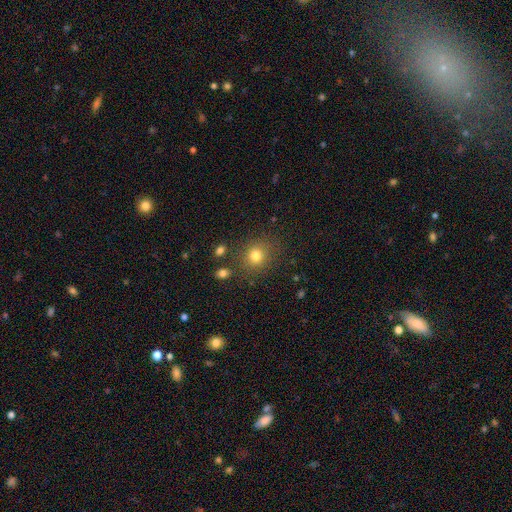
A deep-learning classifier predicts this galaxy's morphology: A smooth galaxy with no disk features (79%) that is round (83%).

Vote fractions:
- Smooth or featured? smooth: 79% / star or artifact: 14% / featured or disk: 8%
- How rounded? round: 83% / in between: 16% / cigar-shaped: 1%
- Merging? none: 82% / minor disturbance: 10% / major disturbance: 4% / merger: 4%